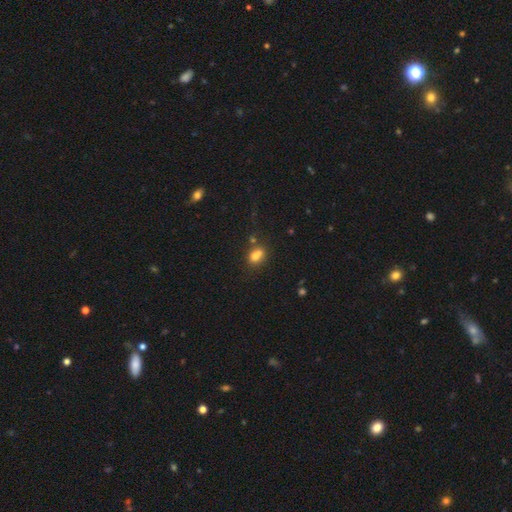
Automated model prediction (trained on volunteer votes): This appears to be a smooth galaxy with no disk features (72%) that is in between round and cigar-shaped (51%). Merging: merger (43%).